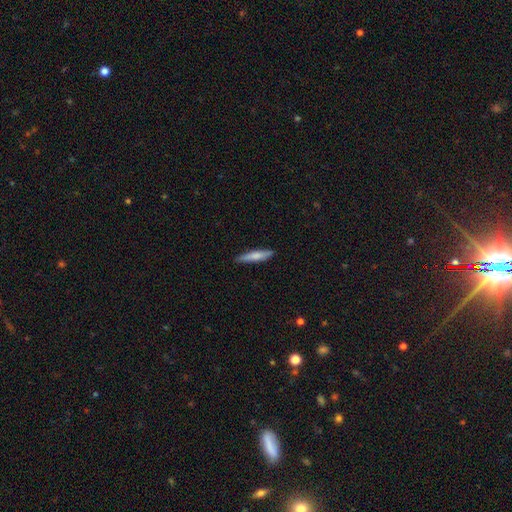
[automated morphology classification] Smooth or featured? smooth (71%)
How rounded? cigar-shaped (89%)
Merging? none (87%)